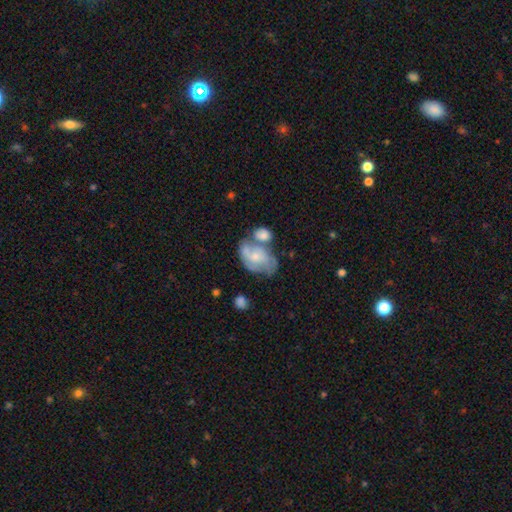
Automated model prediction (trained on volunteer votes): featured or disk 57%, smooth 36%, star or artifact 7%. Down the decision tree: edge-on disk — no (97%); bar — no (74%); spiral arms — yes (70%); bulge size — small (47%); merging — merger (39%).